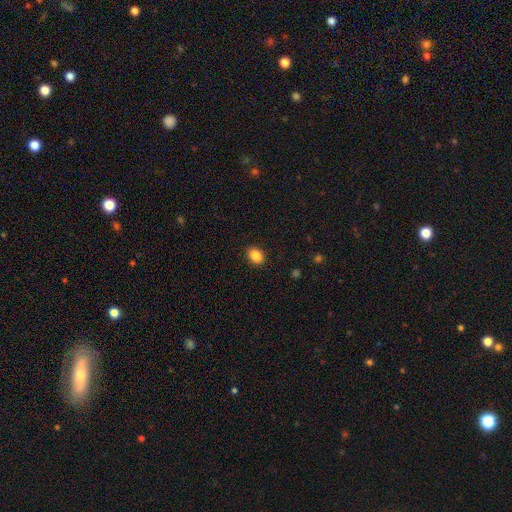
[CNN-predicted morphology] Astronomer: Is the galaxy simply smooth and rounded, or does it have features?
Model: smooth — 87%.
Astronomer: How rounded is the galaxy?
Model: in between — 64%.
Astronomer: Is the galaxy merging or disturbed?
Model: none — 90%.